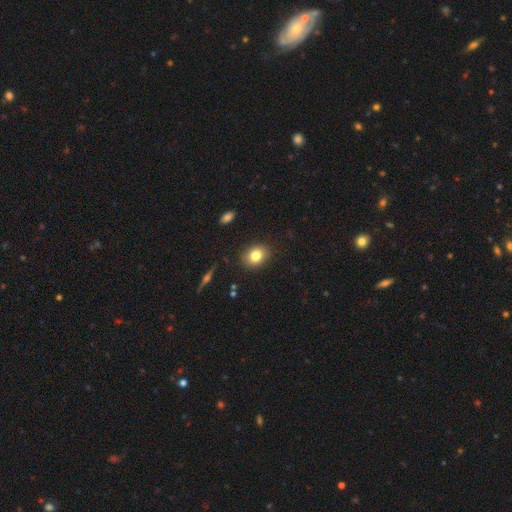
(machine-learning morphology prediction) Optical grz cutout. It shows a smooth galaxy with no disk features (80%) that is in between round and cigar-shaped (57%). Merging: none (88%).